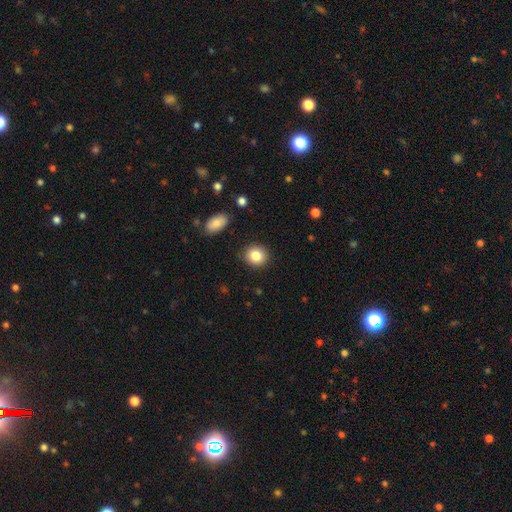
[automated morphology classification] The model was most divided on "how rounded": round: 83%, in between: 16%, cigar-shaped: 1%. More confident: merging — none (90%); smooth or featured — smooth (84%).